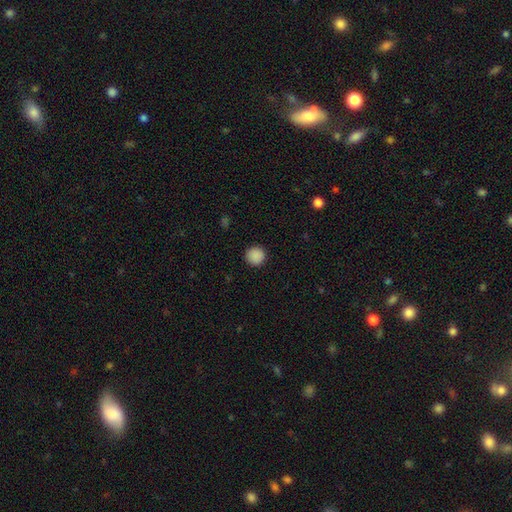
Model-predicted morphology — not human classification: This appears to be a smooth galaxy with no disk features (89%) that is round (95%). Merging: none (92%).